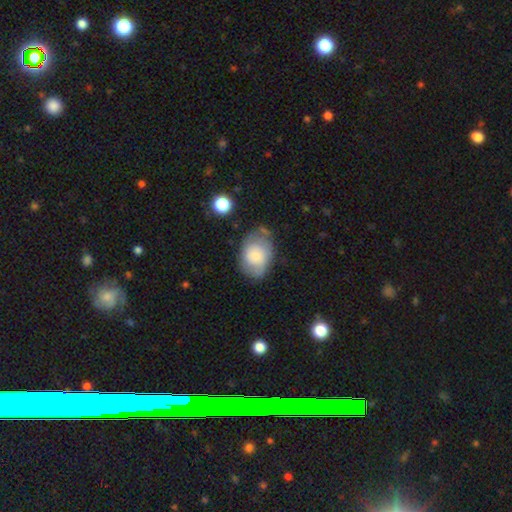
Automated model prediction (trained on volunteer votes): This is likely a smooth galaxy (63%). How rounded: likely in between (78%). Merging: possibly none (52%).